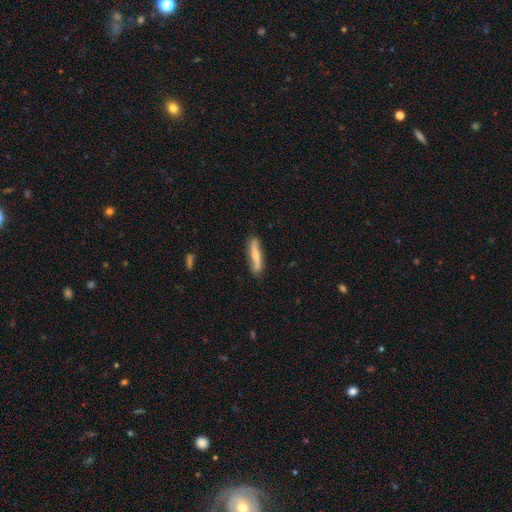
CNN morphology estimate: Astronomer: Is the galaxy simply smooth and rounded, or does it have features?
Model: featured or disk — 55% (runner-up: smooth, 40%).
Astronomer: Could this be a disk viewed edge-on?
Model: yes — 58% (runner-up: no, 42%).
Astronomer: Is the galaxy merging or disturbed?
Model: none — 83%.